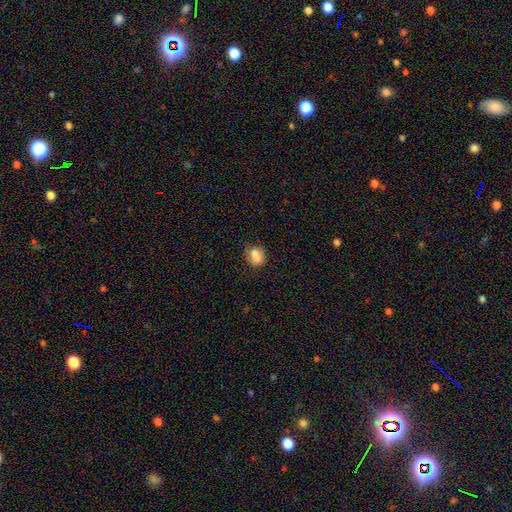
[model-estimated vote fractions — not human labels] This is likely a smooth galaxy (80%). How rounded: possibly round (55%). Merging: likely none (63%).